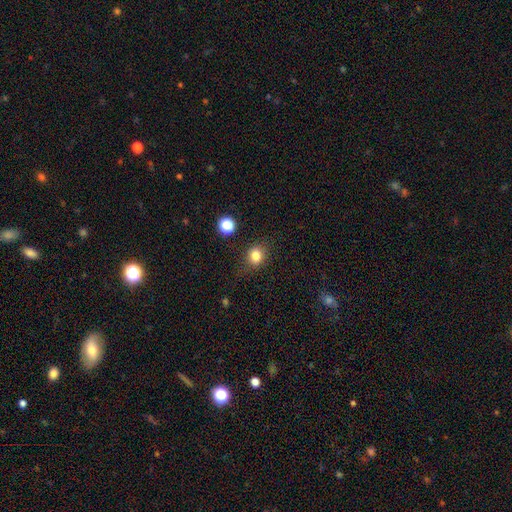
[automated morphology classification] This is clearly a smooth galaxy (81%). How rounded: likely round (63%). Merging: likely none (76%).